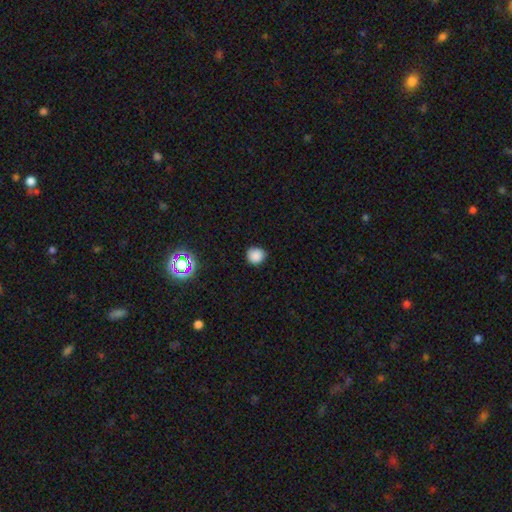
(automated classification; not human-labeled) smooth-or-featured: smooth: 84% | star or artifact: 13% | featured or disk: 3%
  how-rounded: round: 91% | in between: 8% | cigar-shaped: 1%
  merging: none: 87% | minor disturbance: 10% | major disturbance: 2% | merger: 1%